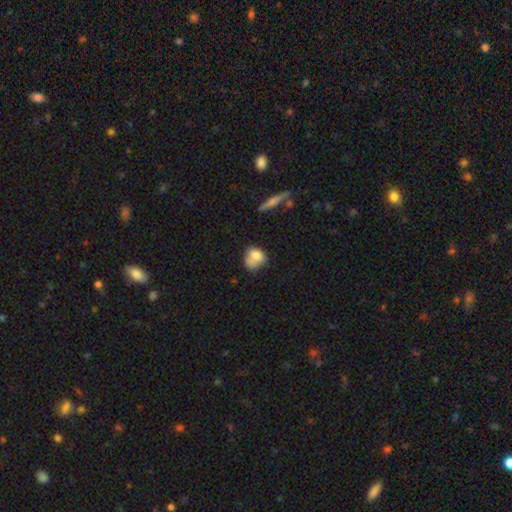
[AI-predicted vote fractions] A smooth galaxy with no disk features (71%) that is in between round and cigar-shaped (52%).

Vote fractions:
- Smooth or featured? smooth: 71% / featured or disk: 20% / star or artifact: 10%
- How rounded? in between: 52% / round: 46% / cigar-shaped: 2%
- Merging? none: 38% / minor disturbance: 29% / merger: 17% / major disturbance: 16%